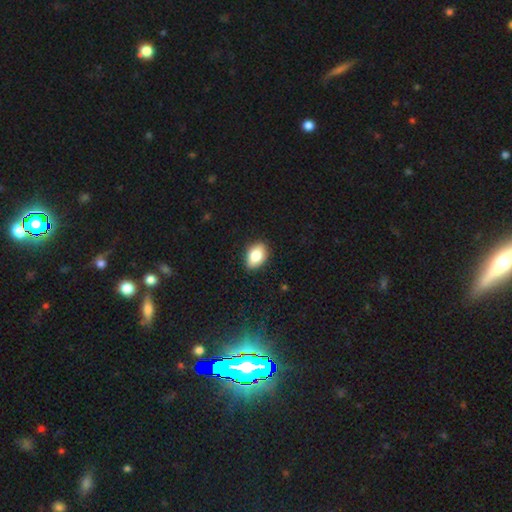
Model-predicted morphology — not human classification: The model was most divided on "how rounded": in between: 86%, round: 12%, cigar-shaped: 2%. More confident: merging — none (87%); smooth or featured — smooth (84%).